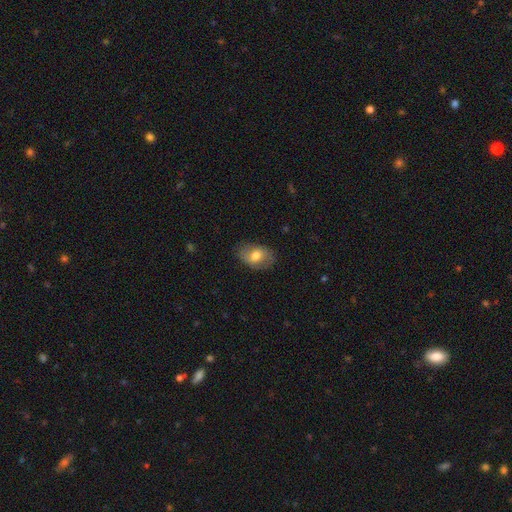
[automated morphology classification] Overall: smooth (69%). How rounded: in between (82%). Merging: none (79%).